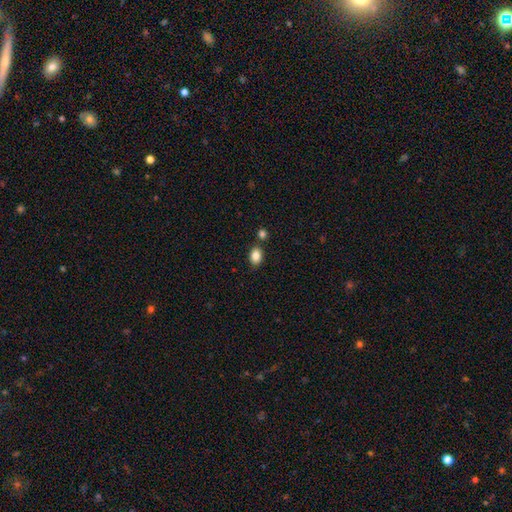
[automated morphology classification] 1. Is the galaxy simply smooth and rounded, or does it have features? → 85% smooth, 9% star or artifact, 6% featured or disk.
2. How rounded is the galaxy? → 80% in between, 19% round, 1% cigar-shaped.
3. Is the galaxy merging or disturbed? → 77% none, 11% minor disturbance, 10% merger, 2% major disturbance.